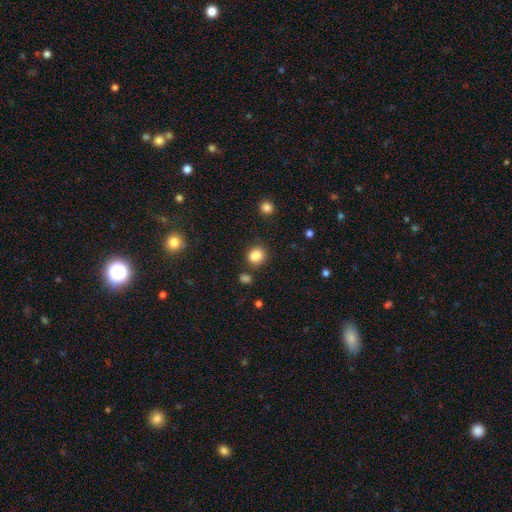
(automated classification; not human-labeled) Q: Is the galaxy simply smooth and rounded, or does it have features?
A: smooth — 84%.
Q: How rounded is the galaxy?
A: round — 73%.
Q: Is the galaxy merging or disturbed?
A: none — 74%.